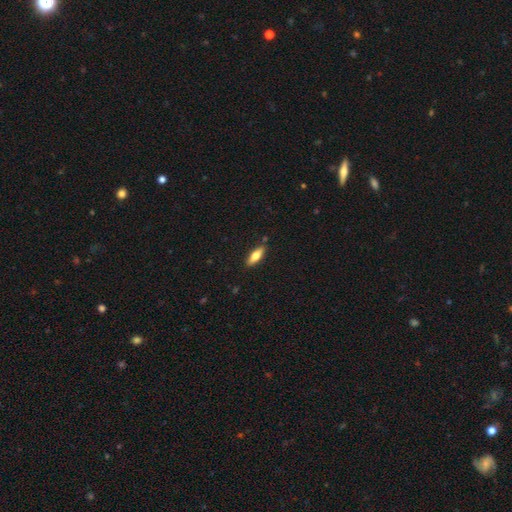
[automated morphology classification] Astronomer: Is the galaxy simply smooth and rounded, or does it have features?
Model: smooth — 69%.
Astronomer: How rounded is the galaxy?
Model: in between — 57% (runner-up: cigar-shaped, 41%).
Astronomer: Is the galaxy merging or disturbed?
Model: none — 85%.